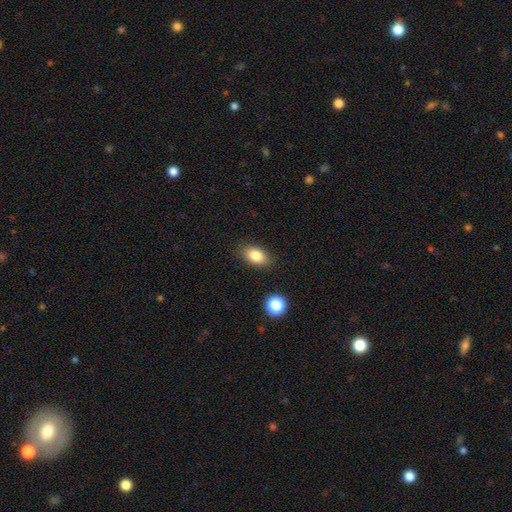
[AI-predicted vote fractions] Morphology: type=smooth (84%); roundness=in between (87%); merging=none (86%).